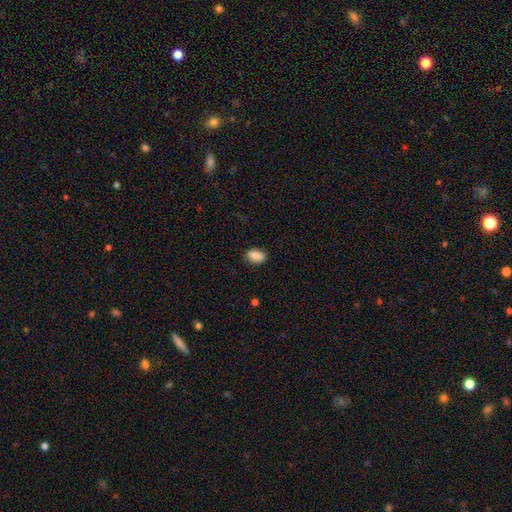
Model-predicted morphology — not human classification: This appears to be a smooth galaxy with no disk features (88%) that is in between round and cigar-shaped (89%). Merging: none (84%).